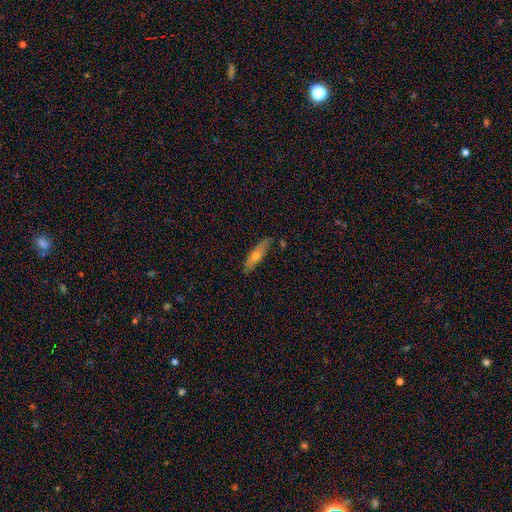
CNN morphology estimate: smooth 54%, featured or disk 39%, star or artifact 7%. Down the decision tree: how rounded — cigar-shaped (72%); merging — none (85%).